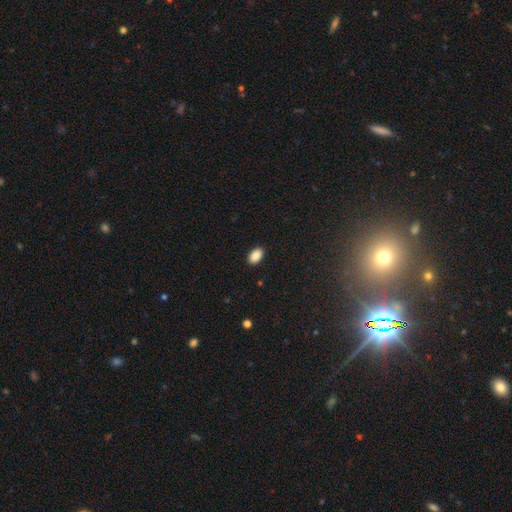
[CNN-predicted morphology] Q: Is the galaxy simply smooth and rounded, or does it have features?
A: smooth — 89%.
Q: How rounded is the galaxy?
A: in between — 93%.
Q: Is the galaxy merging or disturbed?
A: none — 89%.